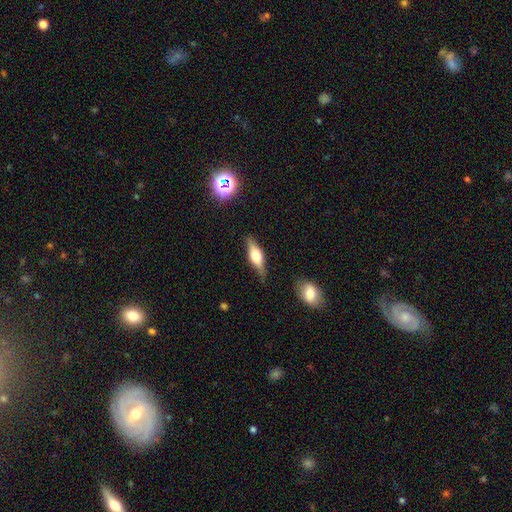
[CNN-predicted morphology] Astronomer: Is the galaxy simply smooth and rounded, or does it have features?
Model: featured or disk — 51% (runner-up: smooth, 42%).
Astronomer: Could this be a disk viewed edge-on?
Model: yes — 91%.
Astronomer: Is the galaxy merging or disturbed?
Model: none — 79%.